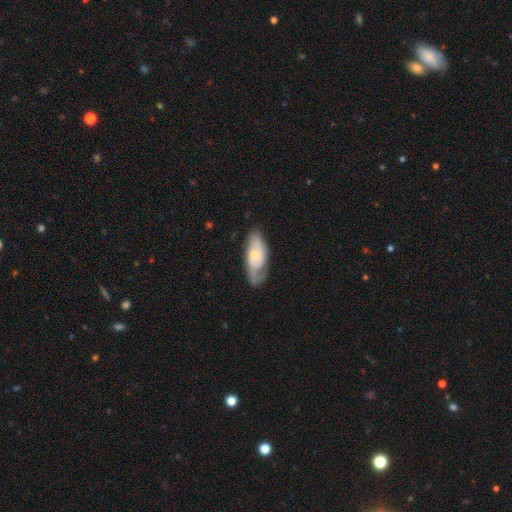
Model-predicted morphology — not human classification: Smooth or featured? Predicted: featured or disk (p=0.53). Edge-on disk? Predicted: no (p=0.87). Merging? Predicted: none (p=0.51).